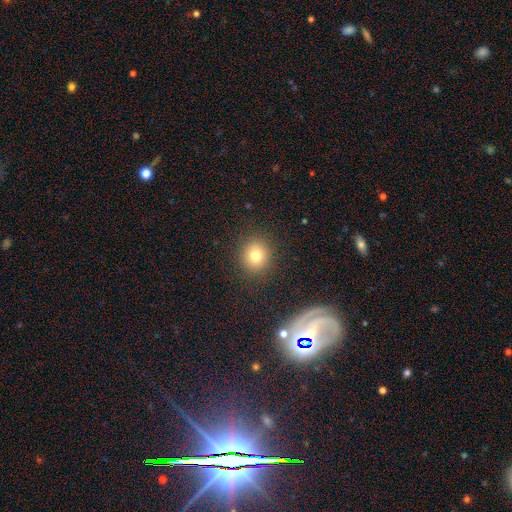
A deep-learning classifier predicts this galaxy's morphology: This appears to be a smooth galaxy with no disk features (77%) that is round (86%). Merging: none (89%).